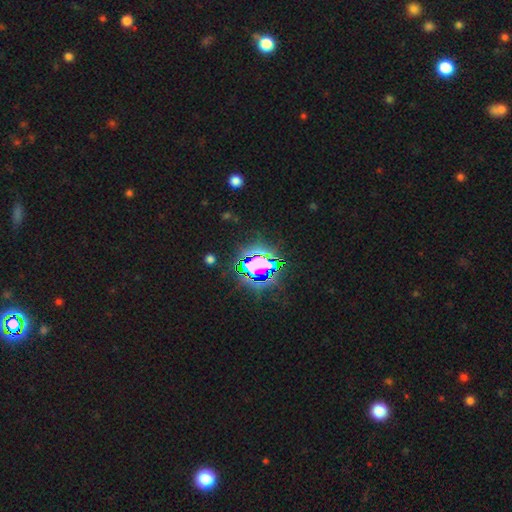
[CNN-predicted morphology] A star or artifact, not a galaxy (78%).